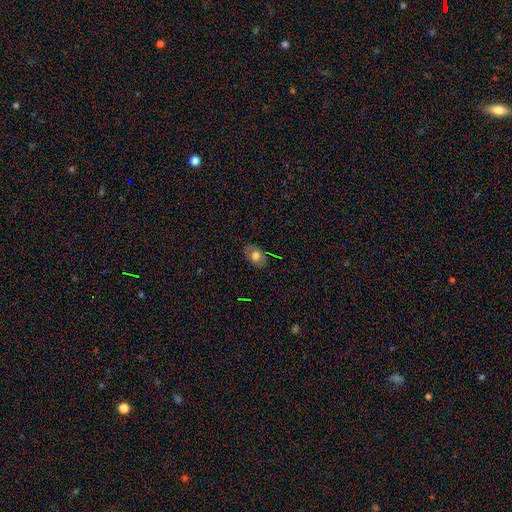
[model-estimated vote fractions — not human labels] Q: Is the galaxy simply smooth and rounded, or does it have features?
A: smooth — 70%.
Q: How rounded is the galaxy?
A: in between — 79%.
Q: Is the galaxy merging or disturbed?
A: none — 79%.